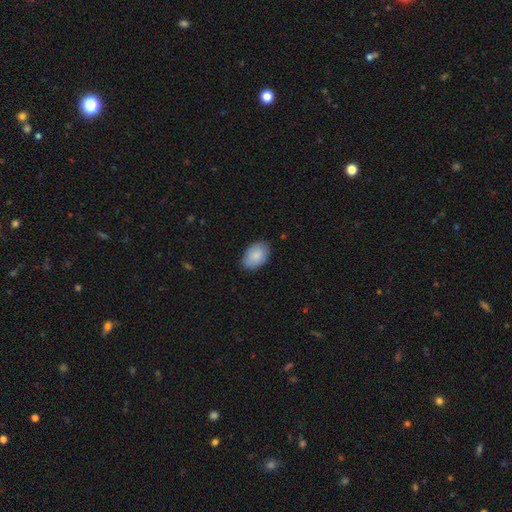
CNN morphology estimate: Overall: smooth (84%). How rounded: in between (89%). Merging: none (82%).